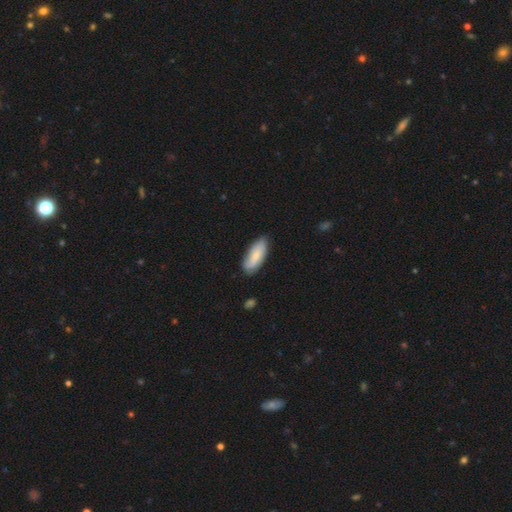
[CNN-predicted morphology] Smooth or featured: smooth — 75% (featured or disk — 20%)
How rounded: in between — 81% (cigar-shaped — 17%)
Merging: none — 75% (minor disturbance — 20%)